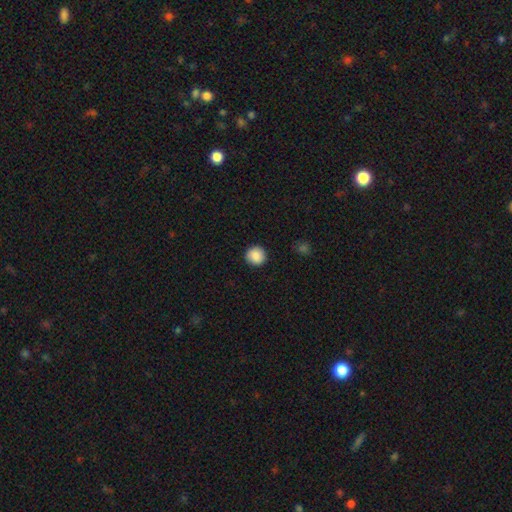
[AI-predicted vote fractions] Smooth or featured?
  - smooth: 88% *
  - star or artifact: 8%
  - featured or disk: 4%
How rounded?
  - round: 94% *
  - in between: 5%
  - cigar-shaped: 1%
Merging?
  - none: 92% *
  - minor disturbance: 6%
  - major disturbance: 2%
  - merger: 1%